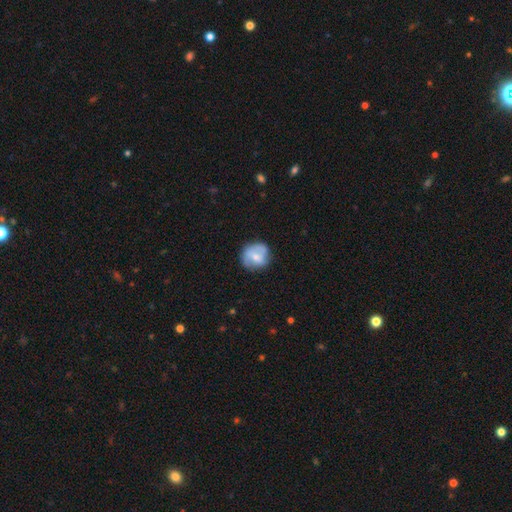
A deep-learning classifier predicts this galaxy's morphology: Overall: smooth (55%; featured or disk 38%). How rounded: round (81%). Merging: none (68%).